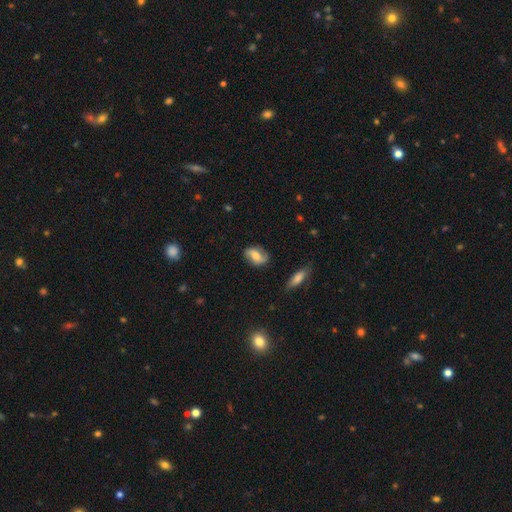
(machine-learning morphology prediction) Smooth or featured? smooth (50%)
How rounded? in between (81%)
Merging? none (76%)